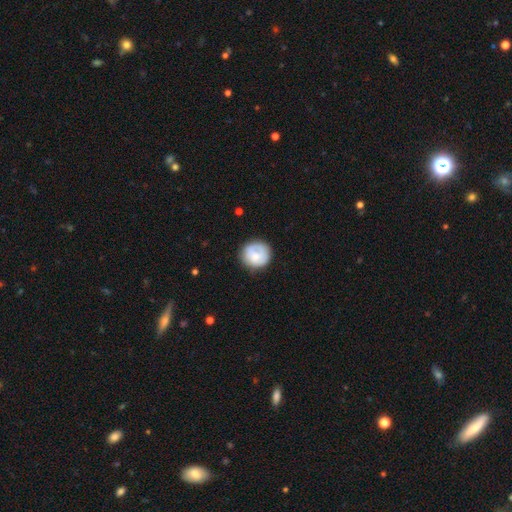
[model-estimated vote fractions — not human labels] Smooth or featured? Predicted: smooth (p=0.64). How rounded? Predicted: round (p=0.89). Merging? Predicted: none (p=0.74).